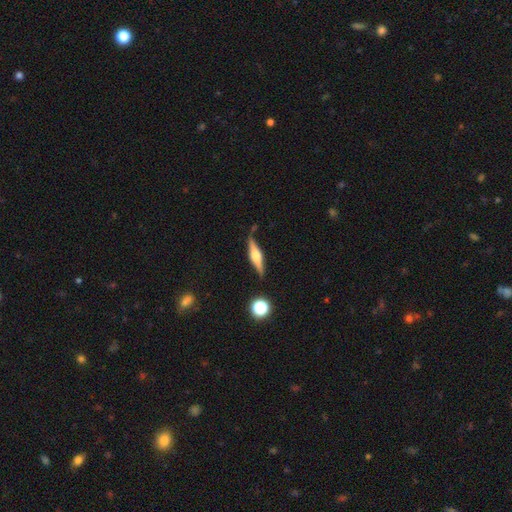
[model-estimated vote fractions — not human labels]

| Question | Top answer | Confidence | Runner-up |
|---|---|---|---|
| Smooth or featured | featured or disk | 68% | smooth (25%) |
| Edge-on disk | yes | 96% | no (4%) |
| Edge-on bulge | rounded | 89% | boxy (9%) |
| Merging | none | 84% | minor disturbance (11%) |